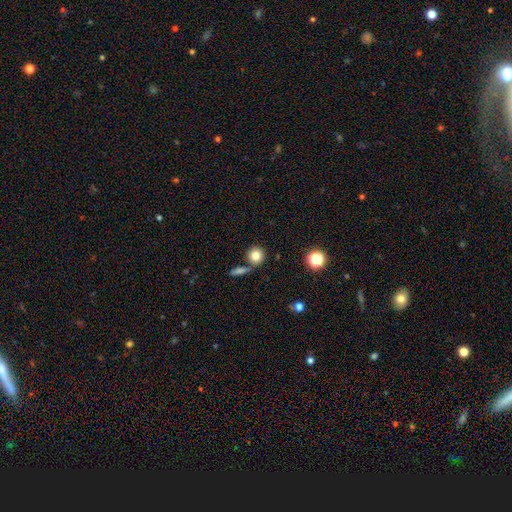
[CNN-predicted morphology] A smooth galaxy with no disk features (80%) that is round (90%).

Vote fractions:
- Smooth or featured? smooth: 80% / star or artifact: 11% / featured or disk: 9%
- How rounded? round: 90% / in between: 9% / cigar-shaped: 1%
- Merging? none: 71% / merger: 16% / minor disturbance: 9% / major disturbance: 4%